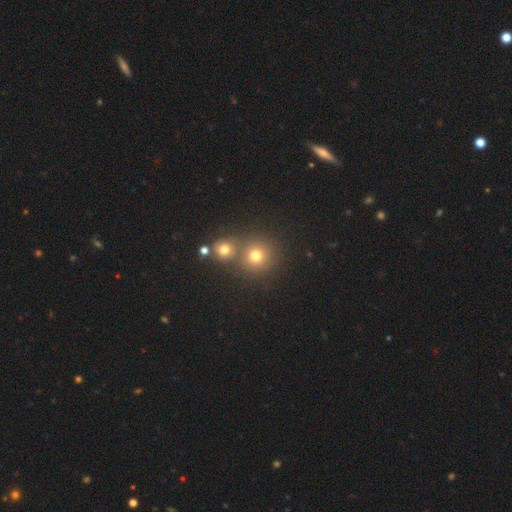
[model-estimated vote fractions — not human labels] Smooth or featured? smooth (73%)
How rounded? round (91%)
Merging? none (65%)